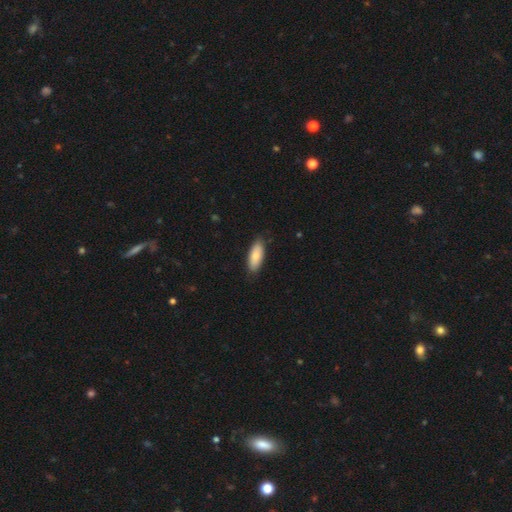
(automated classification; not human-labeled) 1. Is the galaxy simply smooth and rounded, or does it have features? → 81% smooth, 13% featured or disk, 6% star or artifact.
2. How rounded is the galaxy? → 80% in between, 19% cigar-shaped, 2% round.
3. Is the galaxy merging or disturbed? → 85% none, 12% minor disturbance, 2% major disturbance, 1% merger.